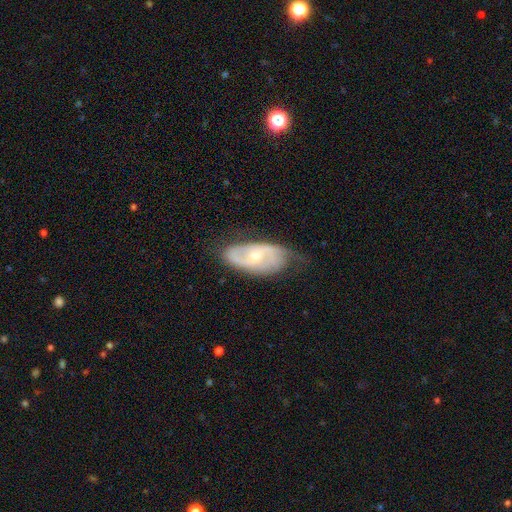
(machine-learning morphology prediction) A featured or disk galaxy (72%) with no bar (58%), 2 (70%) medium (42%) spiral arms (80%) and a small central bulge (58%). Merging: none (60%).